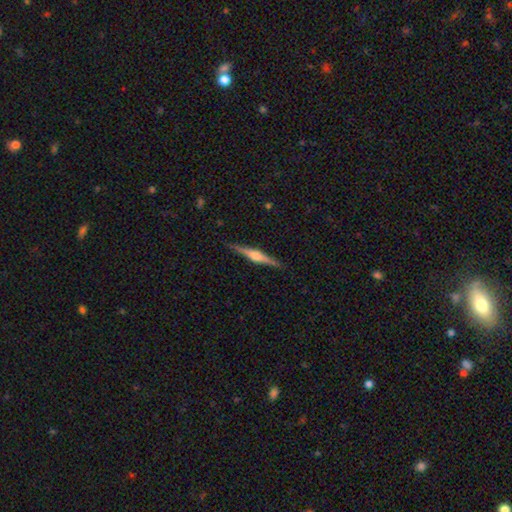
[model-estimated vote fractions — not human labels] Morphology: type=featured or disk (78%); edge-on=yes (98%); edge-on bulge=rounded (89%); merging=none (90%).